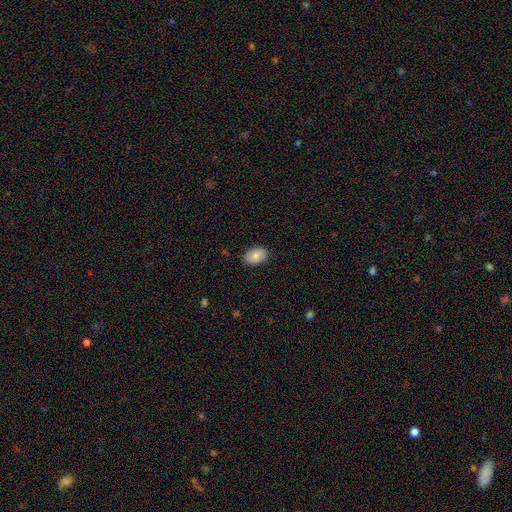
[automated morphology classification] type=smooth (82%); roundness=in between (86%); merging=none (84%).